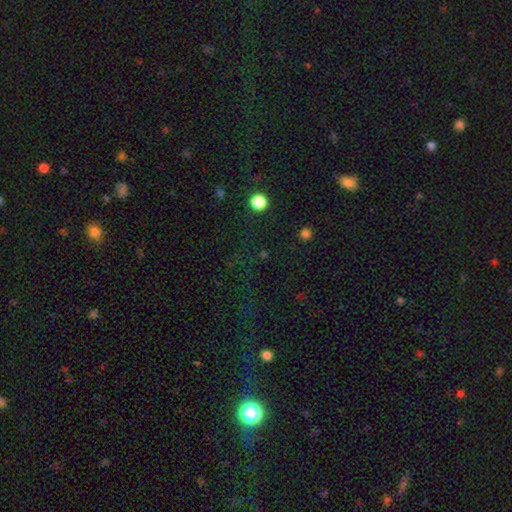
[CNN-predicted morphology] type=star or artifact (66%).